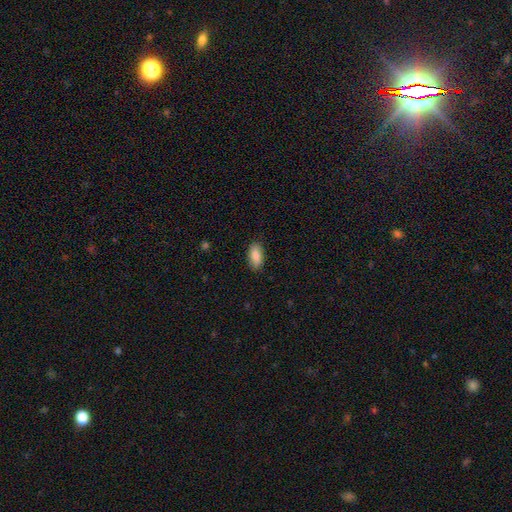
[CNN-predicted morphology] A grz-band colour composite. It shows a smooth galaxy with no disk features (88%) that is in between round and cigar-shaped (90%). Merging: none (88%).